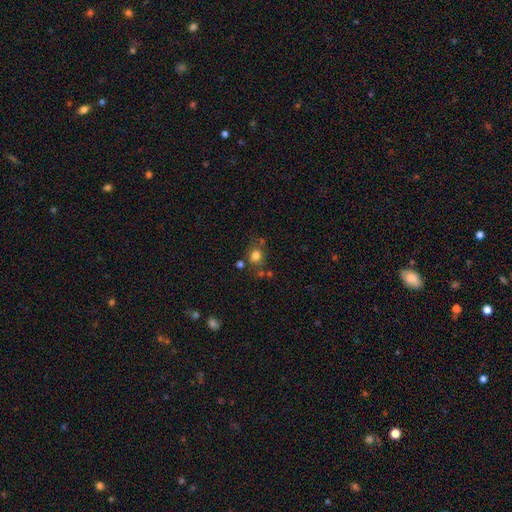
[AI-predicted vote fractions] Smooth or featured: smooth — 78% (star or artifact — 13%)
How rounded: round — 73% (in between — 26%)
Merging: none — 67% (minor disturbance — 15%)